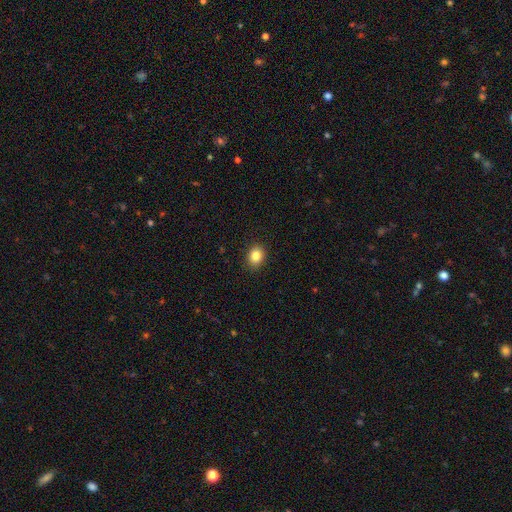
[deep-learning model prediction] smooth_or_featured: smooth (p=0.83) [alt: star or artifact p=0.10]
how_rounded: round (p=0.52) [alt: in between p=0.47]
merging: none (p=0.89) [alt: minor disturbance p=0.08]